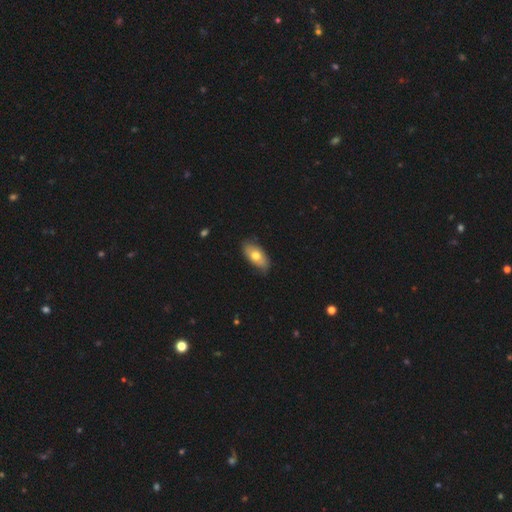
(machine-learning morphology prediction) smooth-or-featured: smooth: 69% | featured or disk: 25% | star or artifact: 6%
  how-rounded: in between: 91% | cigar-shaped: 6% | round: 4%
  merging: none: 78% | minor disturbance: 18% | major disturbance: 3% | merger: 1%